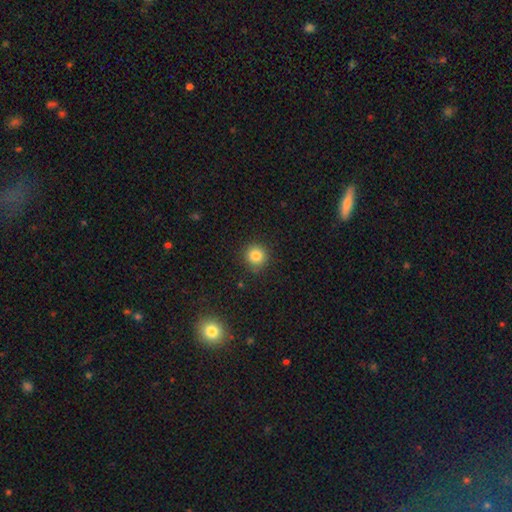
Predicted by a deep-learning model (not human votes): Smooth or featured? smooth (84%)
How rounded? round (93%)
Merging? none (89%)